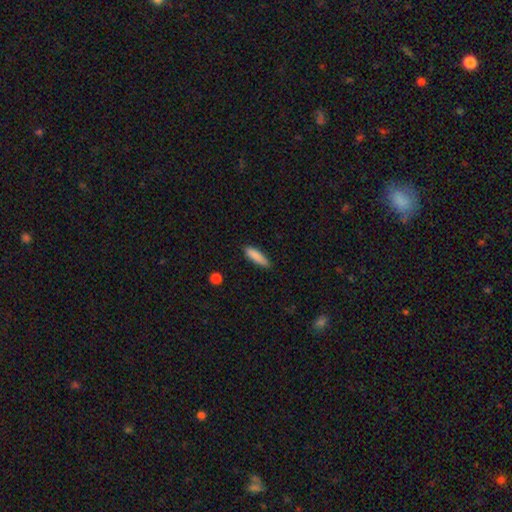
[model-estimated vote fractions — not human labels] Morphology: type=smooth (86%); roundness=cigar-shaped (68%); merging=none (81%).